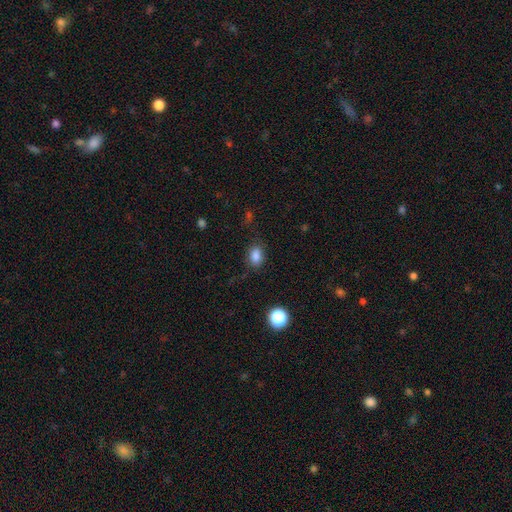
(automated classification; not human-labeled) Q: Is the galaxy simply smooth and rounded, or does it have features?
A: smooth — 84%.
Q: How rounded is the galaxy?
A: in between — 74%.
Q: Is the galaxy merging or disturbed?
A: none — 76%.